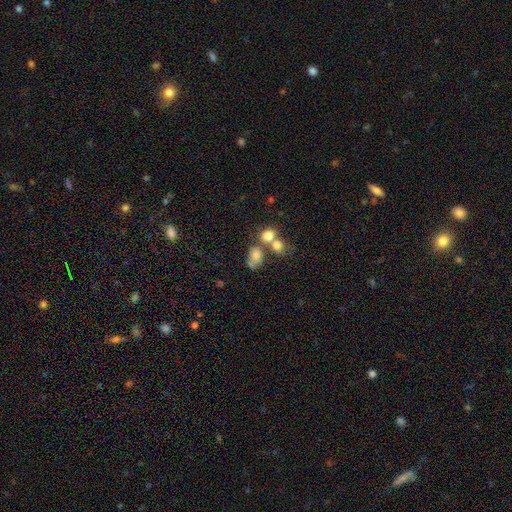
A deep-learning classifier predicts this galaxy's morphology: A smooth galaxy with no disk features (72%) that is in between round and cigar-shaped (65%). Merging: merger (50%).